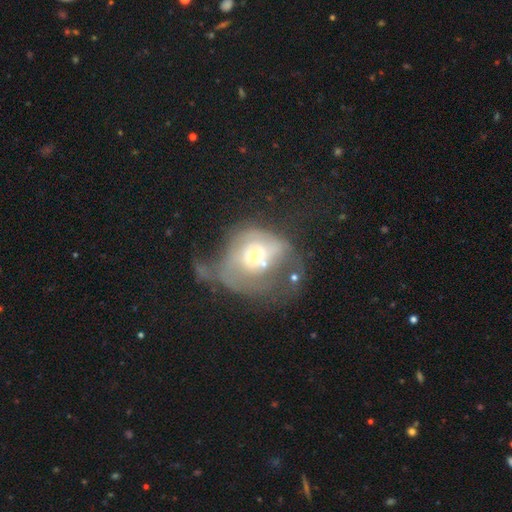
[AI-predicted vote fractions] This appears to be a featured or disk galaxy (61%) with no bar (79%), spiral arms (52%) and a moderate central bulge (46%). Merging: major disturbance (50%).